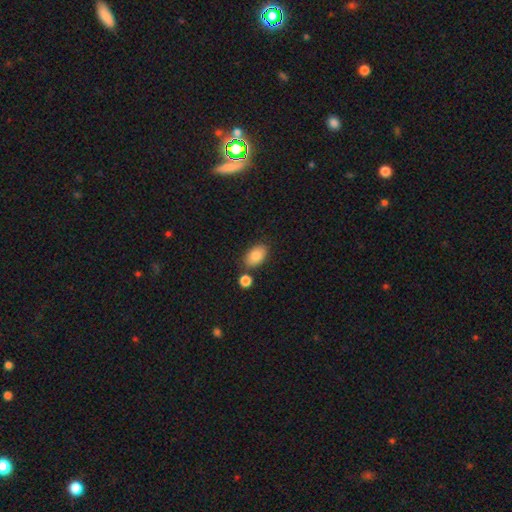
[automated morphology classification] This appears to be a smooth galaxy with no disk features (84%) that is in between round and cigar-shaped (91%). Merging: none (75%).